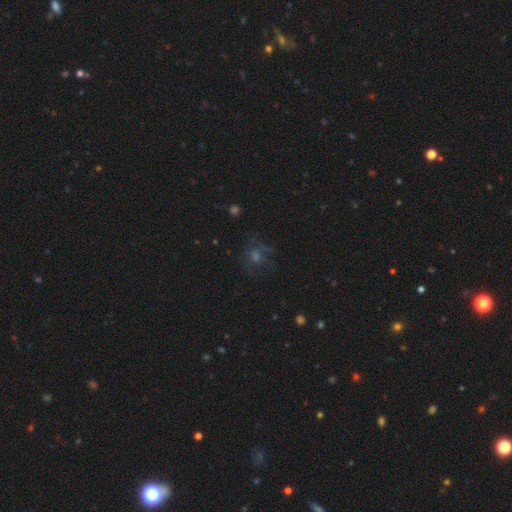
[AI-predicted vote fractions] Smooth or featured?
  - smooth: 36% *
  - star or artifact: 35%
  - featured or disk: 29%
Merging?
  - none: 68% *
  - minor disturbance: 16%
  - major disturbance: 14%
  - merger: 2%